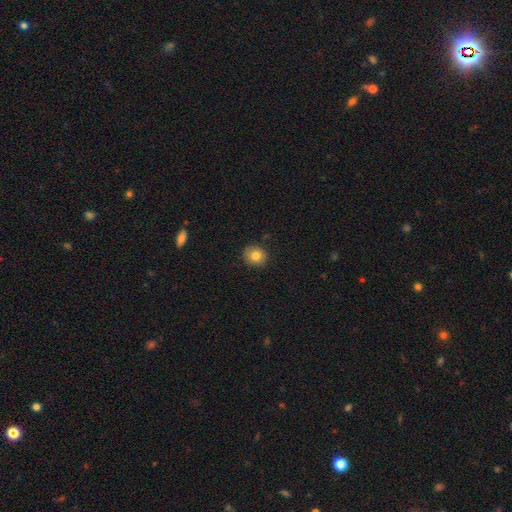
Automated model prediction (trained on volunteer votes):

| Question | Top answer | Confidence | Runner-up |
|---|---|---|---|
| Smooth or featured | smooth | 81% | star or artifact (10%) |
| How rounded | round | 84% | in between (15%) |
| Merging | none | 89% | minor disturbance (8%) |